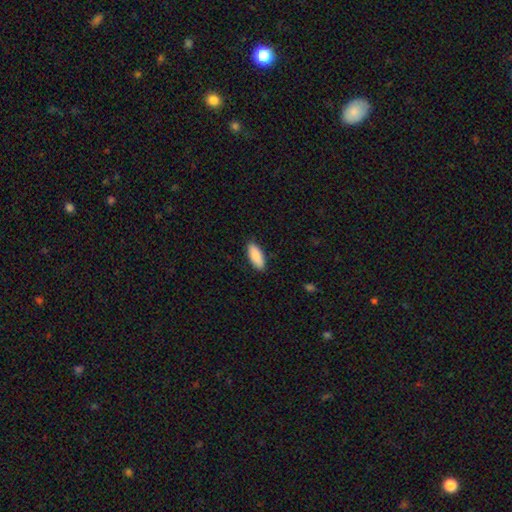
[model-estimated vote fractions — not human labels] A smooth galaxy with no disk features (88%) that is in between round and cigar-shaped (78%).

Vote fractions:
- Smooth or featured? smooth: 88% / featured or disk: 6% / star or artifact: 6%
- How rounded? in between: 78% / cigar-shaped: 20% / round: 2%
- Merging? none: 88% / minor disturbance: 9% / major disturbance: 2% / merger: 1%